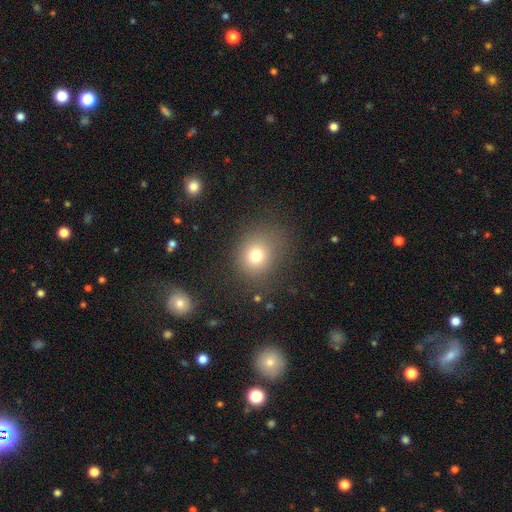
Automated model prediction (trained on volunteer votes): Smooth or featured? smooth (74%)
How rounded? round (73%)
Merging? none (77%)